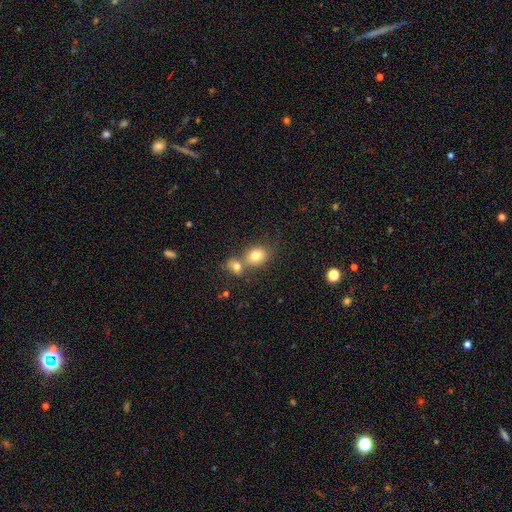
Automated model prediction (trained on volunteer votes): Q: Smooth or featured?
A: smooth (78%); runner-up: star or artifact (11%)
Q: How rounded?
A: round (54%); runner-up: in between (45%)
Q: Merging?
A: none (44%); runner-up: merger (43%)